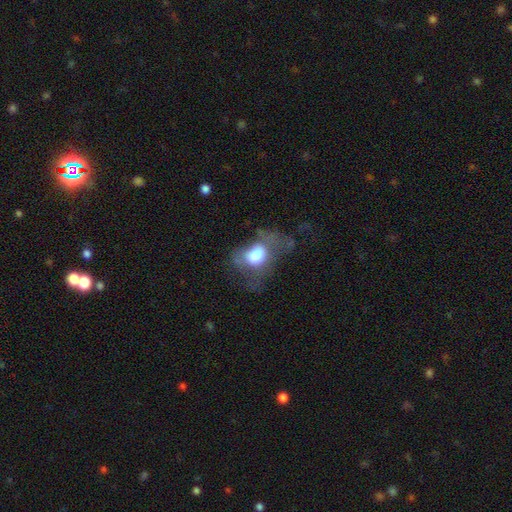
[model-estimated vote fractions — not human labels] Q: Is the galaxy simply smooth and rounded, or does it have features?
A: smooth — 61%.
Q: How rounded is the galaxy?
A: in between — 72%.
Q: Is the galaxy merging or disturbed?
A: major disturbance — 51%.